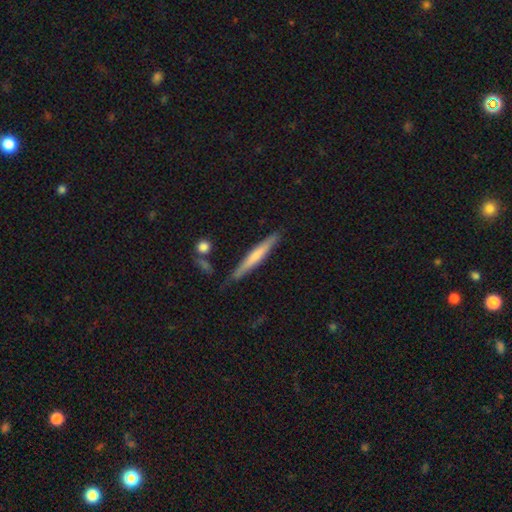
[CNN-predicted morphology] Smooth or featured? smooth (54%)
How rounded? cigar-shaped (95%)
Merging? none (80%)